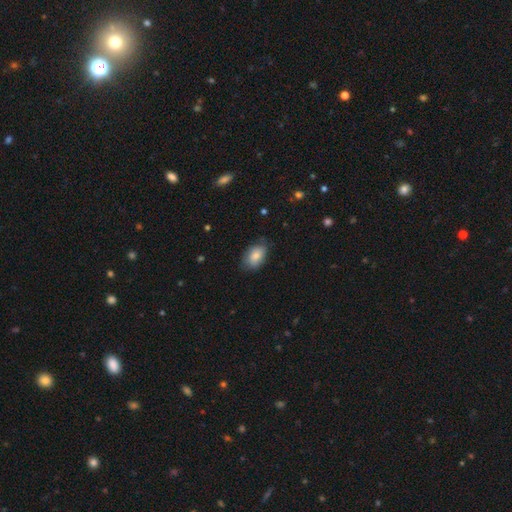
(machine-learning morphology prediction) This is likely a smooth galaxy (80%). How rounded: clearly in between (90%). Merging: likely none (72%).